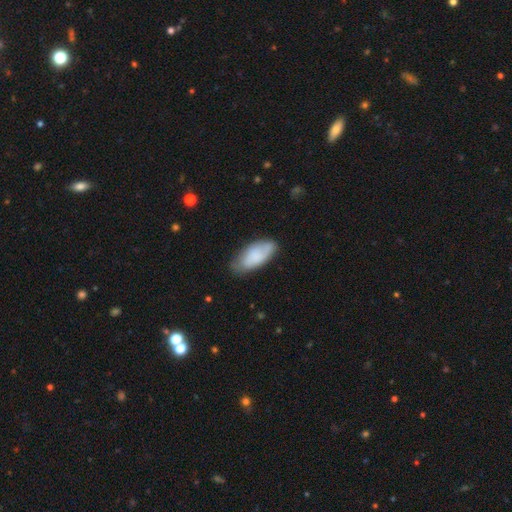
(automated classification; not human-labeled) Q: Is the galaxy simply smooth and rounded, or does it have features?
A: smooth — 75%.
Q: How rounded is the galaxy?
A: in between — 89%.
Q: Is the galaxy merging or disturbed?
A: none — 68%.